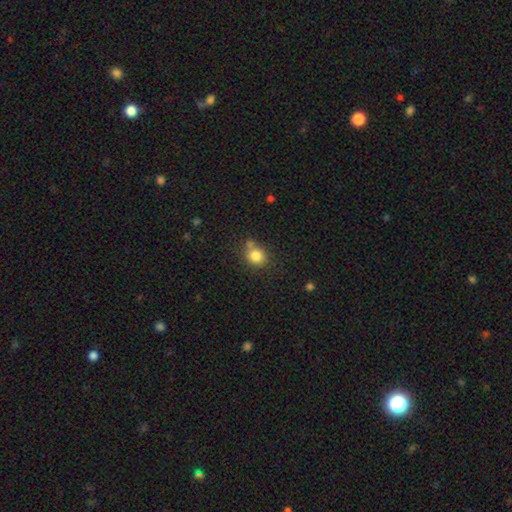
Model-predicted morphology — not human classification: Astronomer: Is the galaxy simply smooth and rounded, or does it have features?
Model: smooth — 82%.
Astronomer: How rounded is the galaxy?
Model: round — 81%.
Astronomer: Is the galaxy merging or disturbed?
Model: none — 63%.